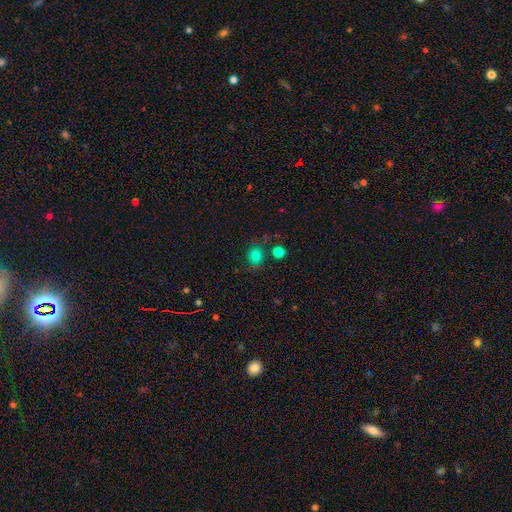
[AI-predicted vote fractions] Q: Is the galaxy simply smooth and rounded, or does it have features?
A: smooth — 80%.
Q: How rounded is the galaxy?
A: round — 64%.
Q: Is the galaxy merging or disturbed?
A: none — 69%.